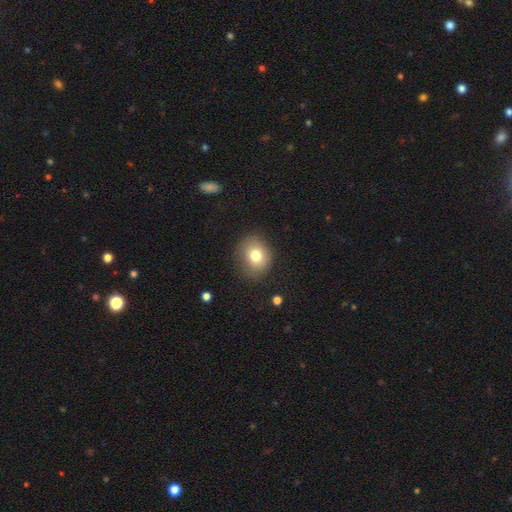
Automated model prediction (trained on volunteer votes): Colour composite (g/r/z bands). It shows a smooth galaxy with no disk features (77%) that is round (61%). Merging: none (79%).